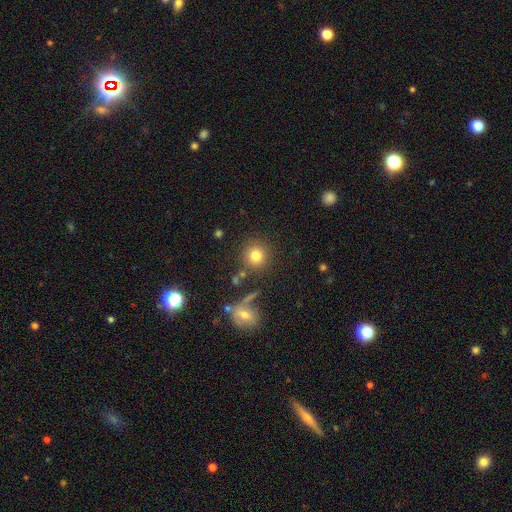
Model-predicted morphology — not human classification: Smooth or featured? smooth (77%)
How rounded? round (92%)
Merging? none (81%)